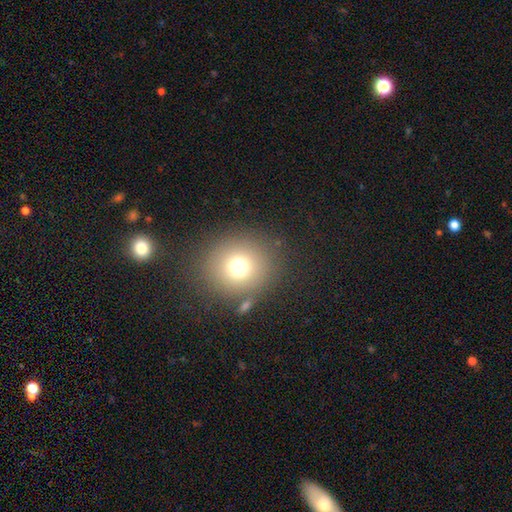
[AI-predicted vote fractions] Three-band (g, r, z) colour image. It shows a smooth galaxy with no disk features (68%) that is round (83%). Merging: none (85%).